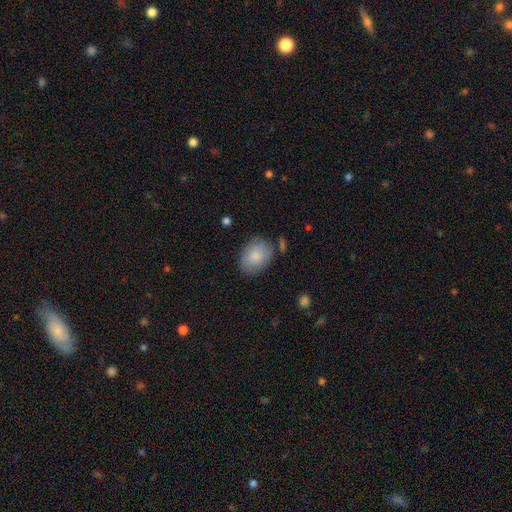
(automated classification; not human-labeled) Smooth or featured?
  - smooth: 81% *
  - featured or disk: 12%
  - star or artifact: 6%
How rounded?
  - in between: 70% *
  - round: 29%
  - cigar-shaped: 1%
Merging?
  - none: 75% *
  - minor disturbance: 17%
  - major disturbance: 4%
  - merger: 4%